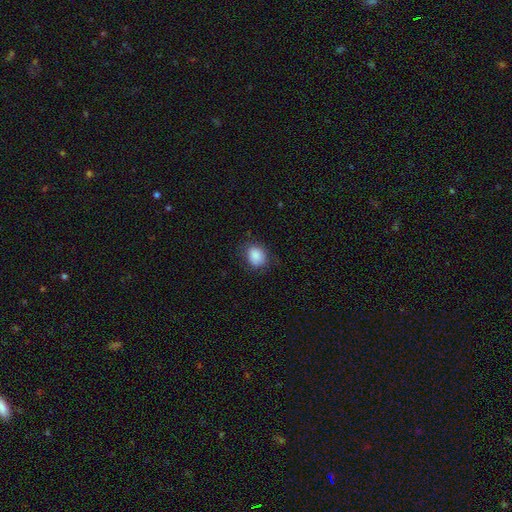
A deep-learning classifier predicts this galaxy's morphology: smooth_or_featured: smooth (p=0.88) [alt: star or artifact p=0.08]
how_rounded: round (p=0.55) [alt: in between p=0.44]
merging: none (p=0.77) [alt: minor disturbance p=0.17]